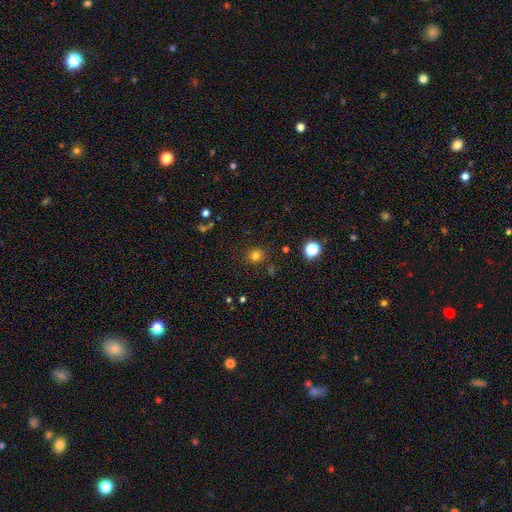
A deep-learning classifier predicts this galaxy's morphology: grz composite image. It shows a smooth galaxy with no disk features (77%) that is round (88%). Merging: none (87%).